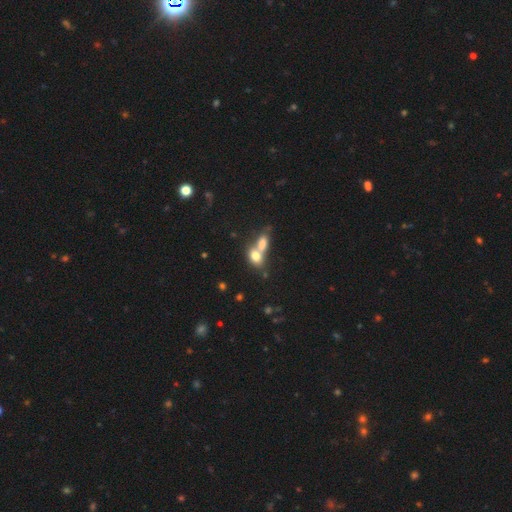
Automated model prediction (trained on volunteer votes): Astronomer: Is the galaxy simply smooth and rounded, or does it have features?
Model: smooth — 76%.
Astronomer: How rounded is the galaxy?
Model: in between — 75%.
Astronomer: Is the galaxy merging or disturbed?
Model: merger — 67%.